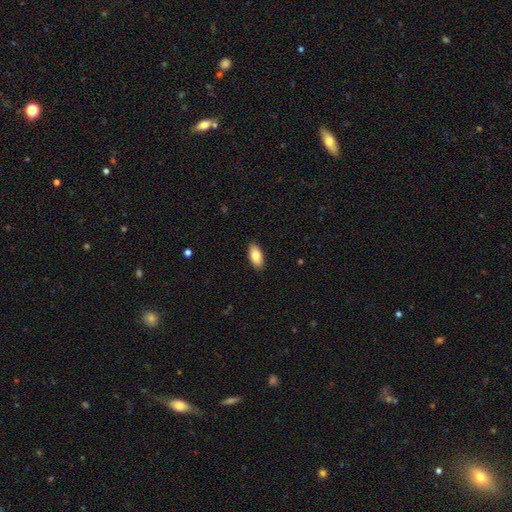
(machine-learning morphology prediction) Smooth or featured?
  - smooth: 83% *
  - featured or disk: 10%
  - star or artifact: 6%
How rounded?
  - in between: 91% *
  - cigar-shaped: 6%
  - round: 3%
Merging?
  - none: 89% *
  - minor disturbance: 8%
  - major disturbance: 2%
  - merger: 1%